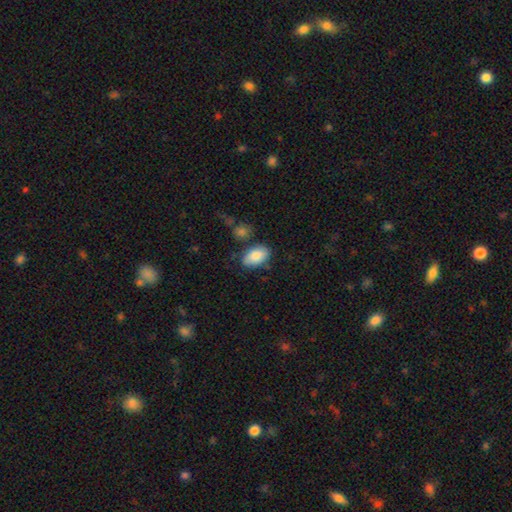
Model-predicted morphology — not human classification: Overall: smooth (85%). How rounded: in between (93%). Merging: none (73%).